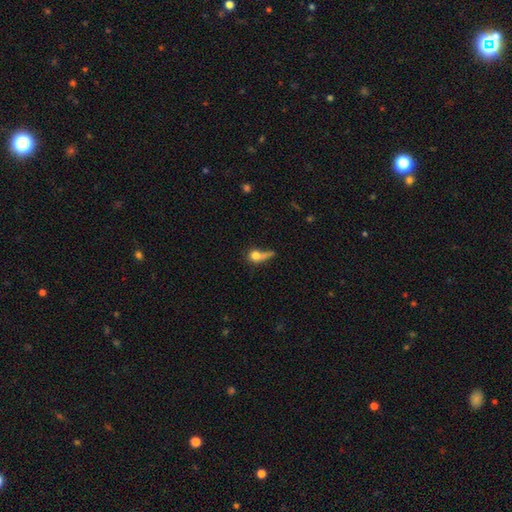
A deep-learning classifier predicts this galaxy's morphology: type=smooth (69%); roundness=round (58%); merging=major disturbance (31%).